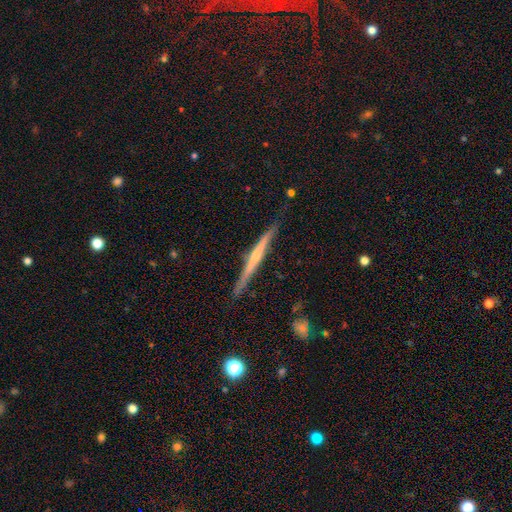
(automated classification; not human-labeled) Morphology: type=featured or disk (71%); edge-on=yes (98%); edge-on bulge=rounded (49%); merging=none (85%).